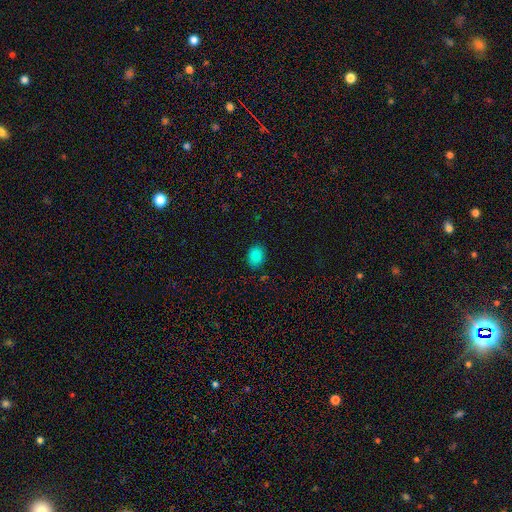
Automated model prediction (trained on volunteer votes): smooth_or_featured: smooth (p=0.85) [alt: star or artifact p=0.11]
how_rounded: in between (p=0.71) [alt: round p=0.28]
merging: none (p=0.83) [alt: minor disturbance p=0.13]